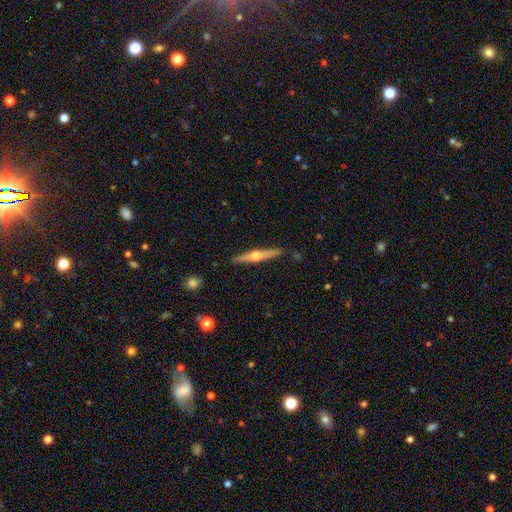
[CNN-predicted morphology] featured or disk 71%, smooth 24%, star or artifact 6%. Down the decision tree: edge-on disk — yes (98%); edge-on bulge — rounded (94%); merging — none (89%).